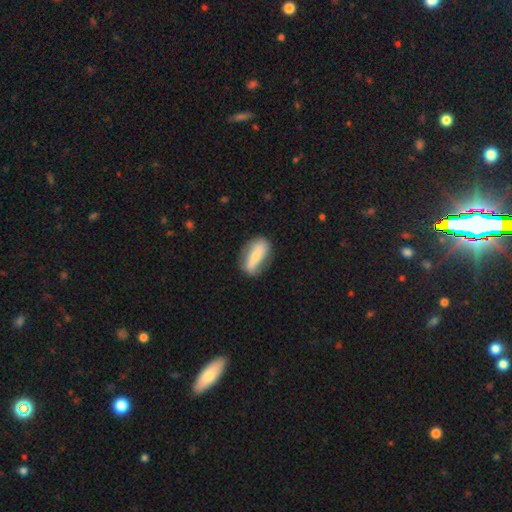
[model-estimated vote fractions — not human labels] Q: Smooth or featured?
A: smooth (55%); runner-up: featured or disk (38%)
Q: How rounded?
A: in between (69%); runner-up: cigar-shaped (25%)
Q: Merging?
A: none (74%); runner-up: minor disturbance (18%)